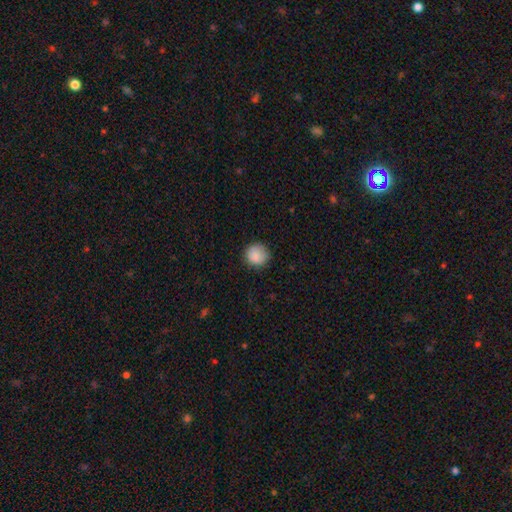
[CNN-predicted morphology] Smooth or featured?
  - smooth: 88% *
  - star or artifact: 8%
  - featured or disk: 4%
How rounded?
  - round: 91% *
  - in between: 8%
  - cigar-shaped: 1%
Merging?
  - none: 83% *
  - minor disturbance: 13%
  - major disturbance: 3%
  - merger: 1%